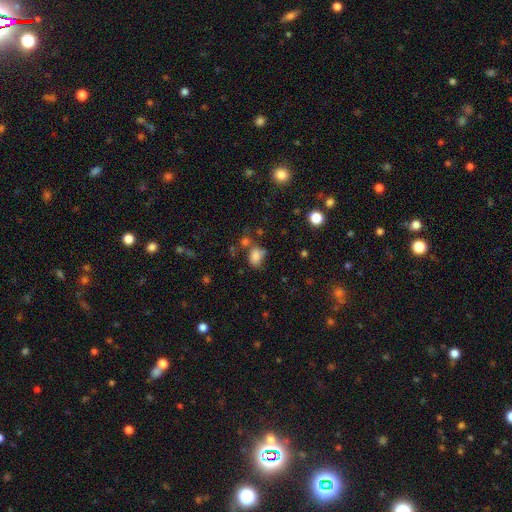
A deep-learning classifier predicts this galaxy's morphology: type=smooth (78%); roundness=in between (73%); merging=none (45%).